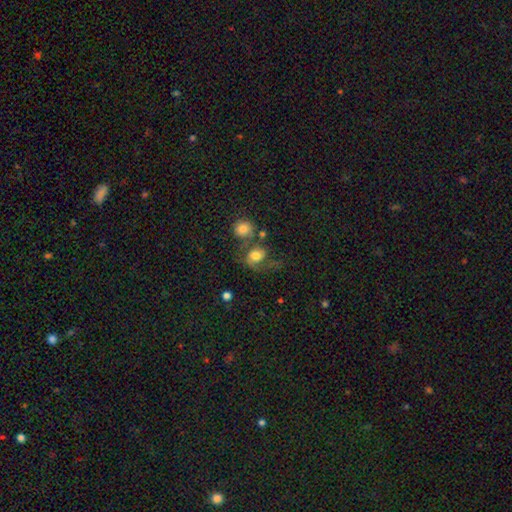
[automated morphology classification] type=smooth (58%); roundness=round (59%); merging=none (34%).